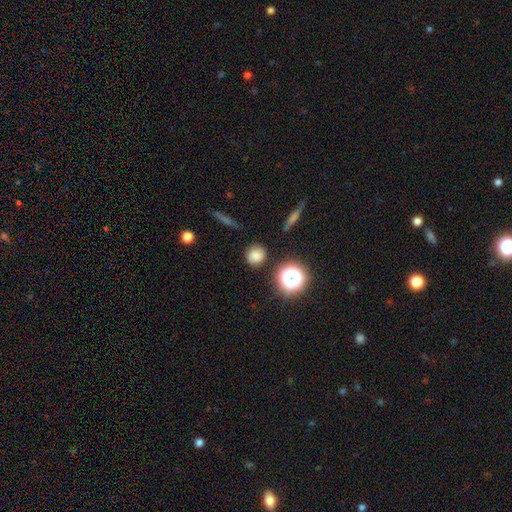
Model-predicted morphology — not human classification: A smooth galaxy with no disk features (79%) that is round (86%).

Vote fractions:
- Smooth or featured? smooth: 79% / star or artifact: 15% / featured or disk: 6%
- How rounded? round: 86% / in between: 13% / cigar-shaped: 2%
- Merging? none: 85% / minor disturbance: 9% / major disturbance: 3% / merger: 3%